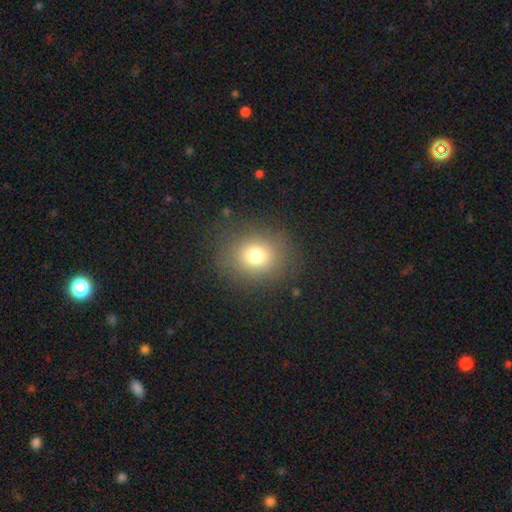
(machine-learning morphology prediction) type=smooth (74%); roundness=round (74%); merging=none (83%).